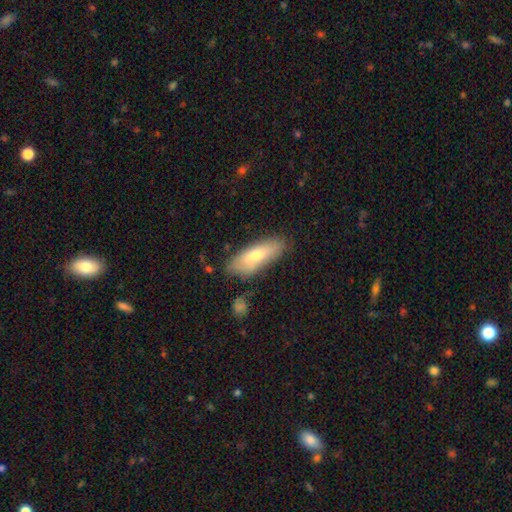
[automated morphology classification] type=smooth (66%); roundness=in between (62%); merging=none (77%).